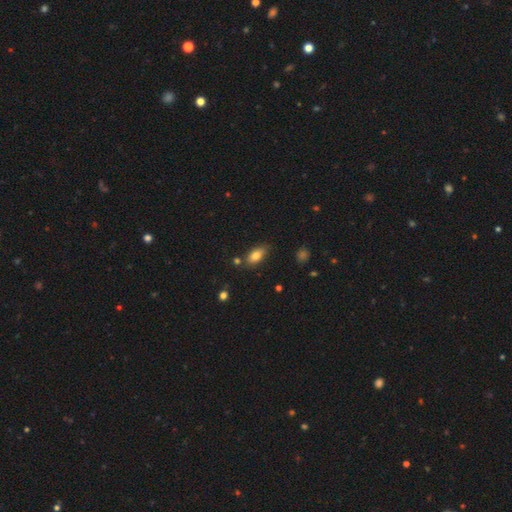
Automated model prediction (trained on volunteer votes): A smooth galaxy with no disk features (80%) that is in between round and cigar-shaped (87%).

Vote fractions:
- Smooth or featured? smooth: 80% / featured or disk: 11% / star or artifact: 8%
- How rounded? in between: 87% / cigar-shaped: 8% / round: 5%
- Merging? none: 75% / minor disturbance: 16% / merger: 6% / major disturbance: 3%